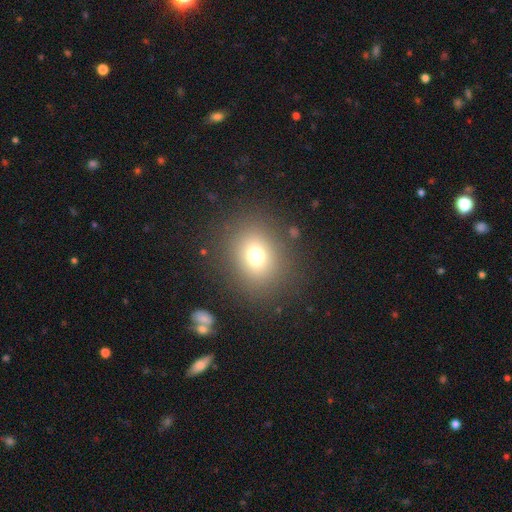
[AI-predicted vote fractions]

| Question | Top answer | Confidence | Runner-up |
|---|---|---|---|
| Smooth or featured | smooth | 73% | star or artifact (16%) |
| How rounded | round | 62% | in between (37%) |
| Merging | none | 85% | minor disturbance (8%) |